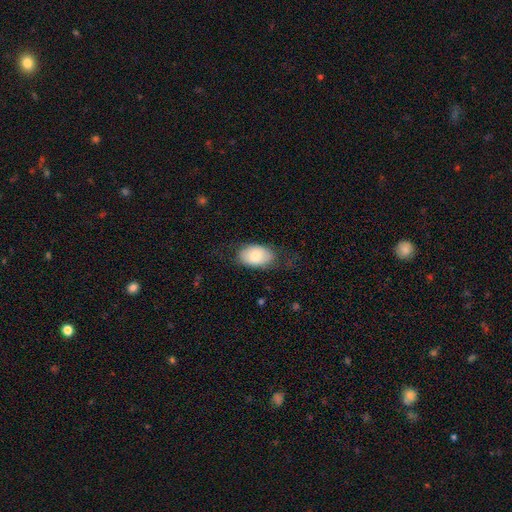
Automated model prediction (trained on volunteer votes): Q: Smooth or featured?
A: smooth (77%); runner-up: featured or disk (16%)
Q: How rounded?
A: in between (91%); runner-up: round (7%)
Q: Merging?
A: none (70%); runner-up: minor disturbance (20%)